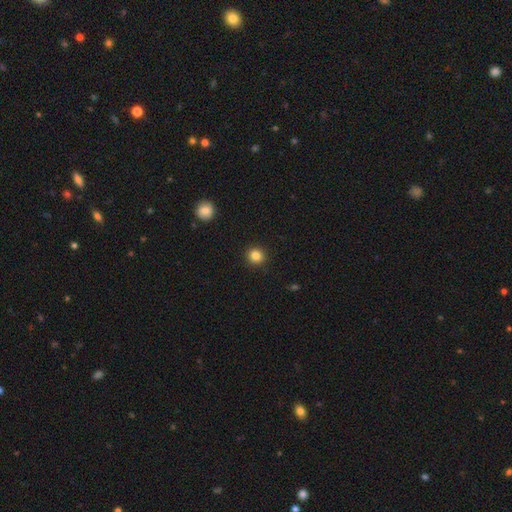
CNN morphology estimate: A smooth galaxy with no disk features (84%) that is round (90%).

Vote fractions:
- Smooth or featured? smooth: 84% / star or artifact: 11% / featured or disk: 5%
- How rounded? round: 90% / in between: 9% / cigar-shaped: 1%
- Merging? none: 92% / minor disturbance: 5% / major disturbance: 2% / merger: 1%